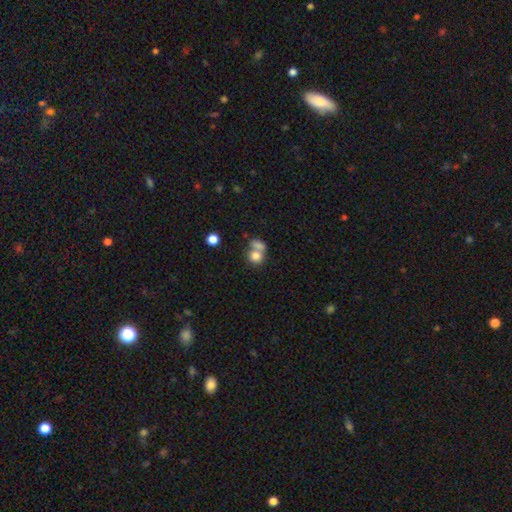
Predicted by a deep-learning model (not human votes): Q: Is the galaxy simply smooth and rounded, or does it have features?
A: smooth — 78%.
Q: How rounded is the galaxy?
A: round — 69%.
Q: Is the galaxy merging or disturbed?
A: merger — 56%.